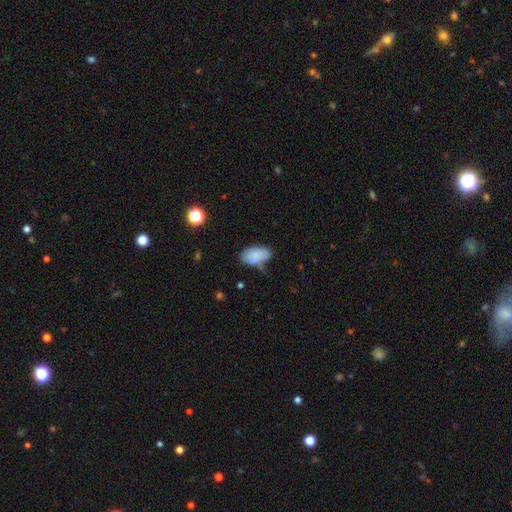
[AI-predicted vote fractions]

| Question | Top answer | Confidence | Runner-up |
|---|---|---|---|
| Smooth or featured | smooth | 83% | featured or disk (9%) |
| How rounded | in between | 94% | round (4%) |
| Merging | none | 57% | minor disturbance (30%) |